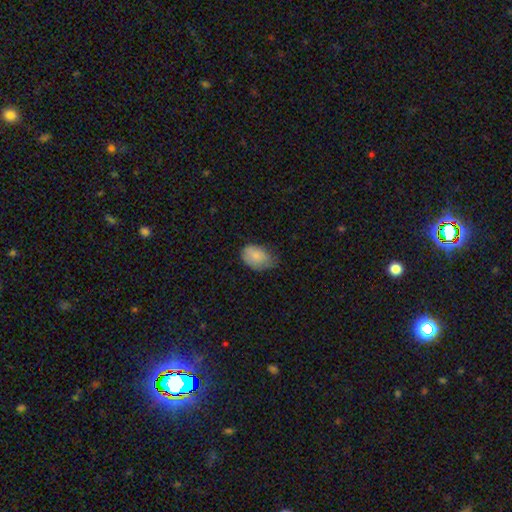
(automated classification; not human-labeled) The model was most divided on "merging": none: 49%, minor disturbance: 41%, major disturbance: 10%, merger: 1%. More confident: how rounded — in between (85%); smooth or featured — smooth (82%).